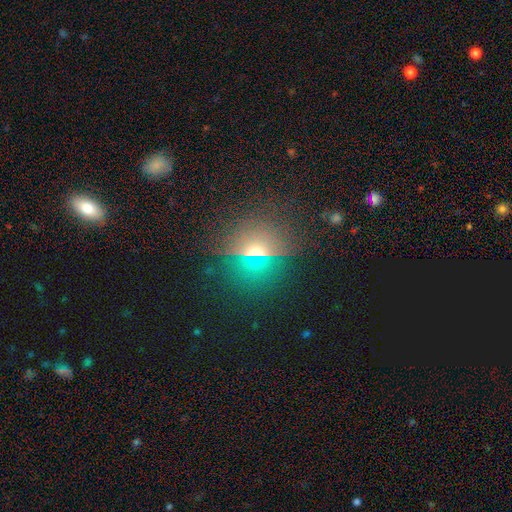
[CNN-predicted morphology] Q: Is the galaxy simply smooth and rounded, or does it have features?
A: smooth — 48%.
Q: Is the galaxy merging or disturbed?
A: none — 83%.